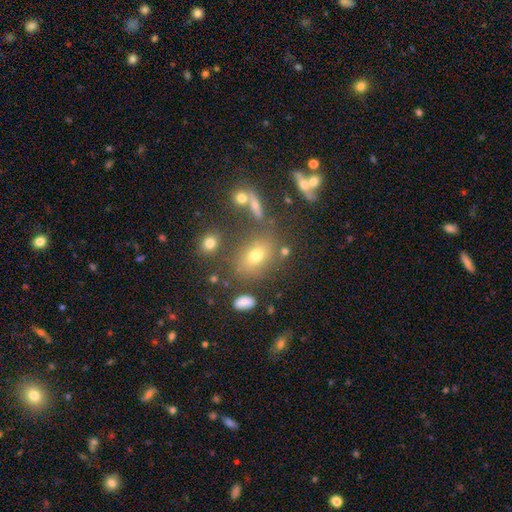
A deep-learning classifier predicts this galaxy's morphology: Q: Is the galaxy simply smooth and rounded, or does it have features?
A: smooth — 59%.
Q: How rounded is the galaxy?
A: in between — 70%.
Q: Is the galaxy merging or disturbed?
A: none — 69%.